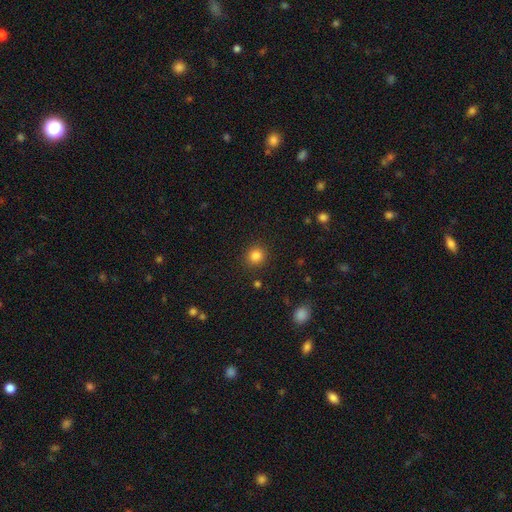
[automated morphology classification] A smooth galaxy with no disk features (84%) that is round (89%).

Vote fractions:
- Smooth or featured? smooth: 84% / star or artifact: 12% / featured or disk: 4%
- How rounded? round: 89% / in between: 10% / cigar-shaped: 1%
- Merging? none: 89% / minor disturbance: 7% / major disturbance: 3% / merger: 1%